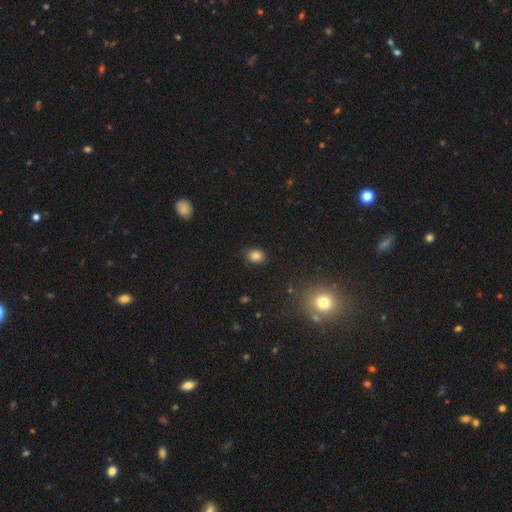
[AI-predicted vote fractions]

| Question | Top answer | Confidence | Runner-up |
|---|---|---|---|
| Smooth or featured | smooth | 82% | star or artifact (12%) |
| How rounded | in between | 64% | round (34%) |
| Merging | none | 85% | minor disturbance (12%) |